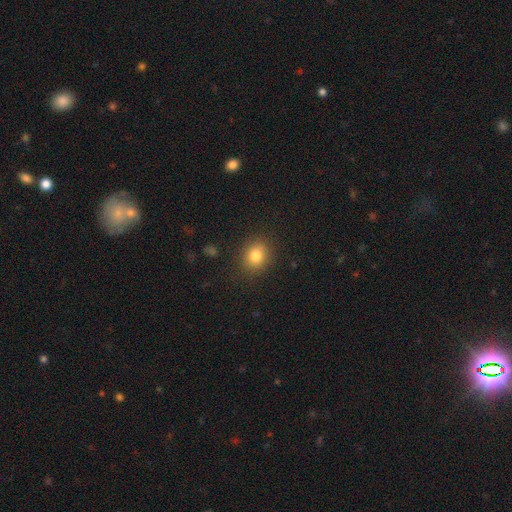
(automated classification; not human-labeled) Smooth or featured? smooth (81%)
How rounded? round (70%)
Merging? none (88%)